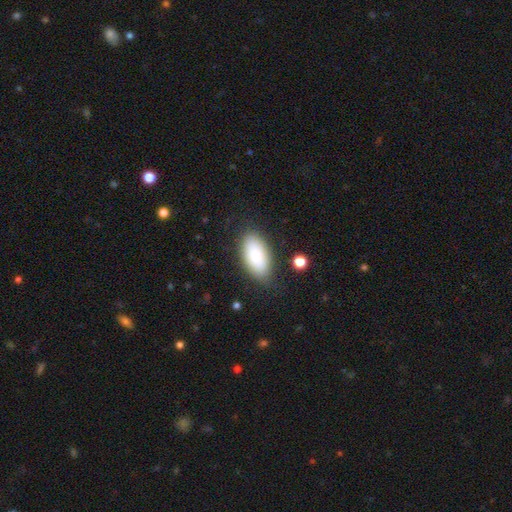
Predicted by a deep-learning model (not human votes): Smooth or featured?
  - smooth: 85% *
  - featured or disk: 8%
  - star or artifact: 6%
How rounded?
  - in between: 92% *
  - cigar-shaped: 5%
  - round: 2%
Merging?
  - none: 79% *
  - minor disturbance: 15%
  - major disturbance: 4%
  - merger: 2%